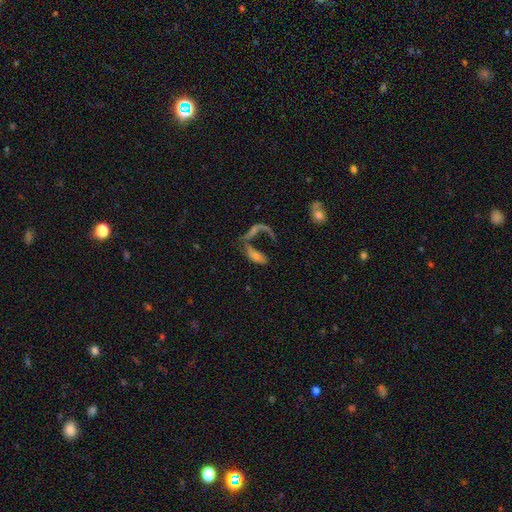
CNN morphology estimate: smooth_or_featured: featured or disk (p=0.45) [alt: smooth p=0.41]
merging: merger (p=0.38) [alt: major disturbance p=0.33]